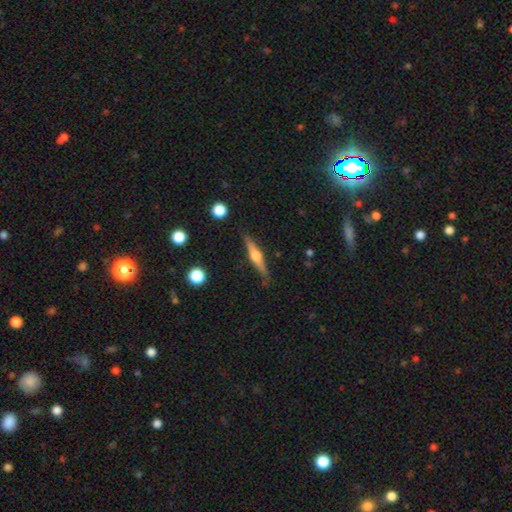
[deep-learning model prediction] A featured or disk galaxy (72%) viewed edge-on (98%) with a rounded central bulge (92%).

Vote fractions:
- Smooth or featured? featured or disk: 72% / smooth: 22% / star or artifact: 6%
- Edge-on disk? yes: 98% / no: 2%
- Edge-on bulge? rounded: 92% / boxy: 5% / none: 2%
- Merging? none: 86% / minor disturbance: 10% / major disturbance: 2% / merger: 2%